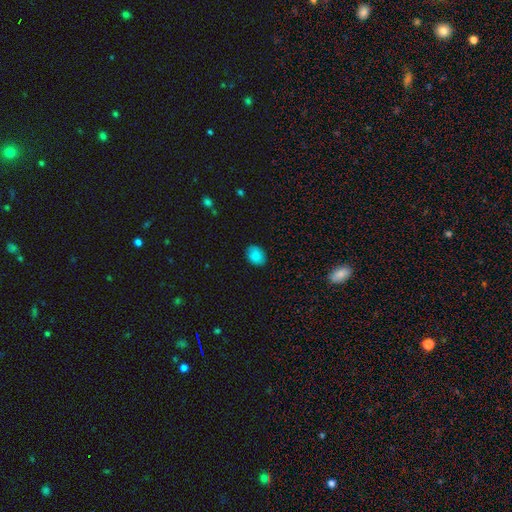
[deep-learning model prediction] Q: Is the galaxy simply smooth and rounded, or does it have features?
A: smooth — 86%.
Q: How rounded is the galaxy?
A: in between — 73%.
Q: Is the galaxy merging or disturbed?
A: none — 85%.